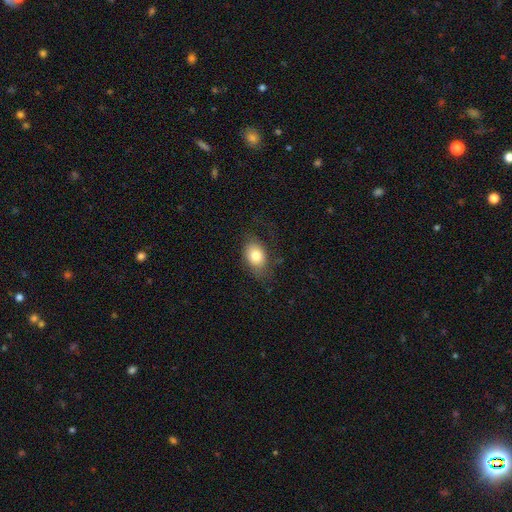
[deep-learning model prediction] A smooth galaxy with no disk features (79%) that is in between round and cigar-shaped (75%). Merging: none (65%).